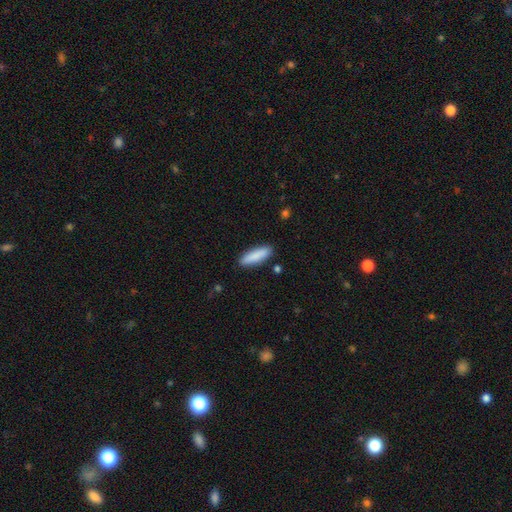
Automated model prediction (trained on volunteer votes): This appears to be a smooth galaxy with no disk features (87%) that is cigar-shaped (62%). Merging: none (88%).